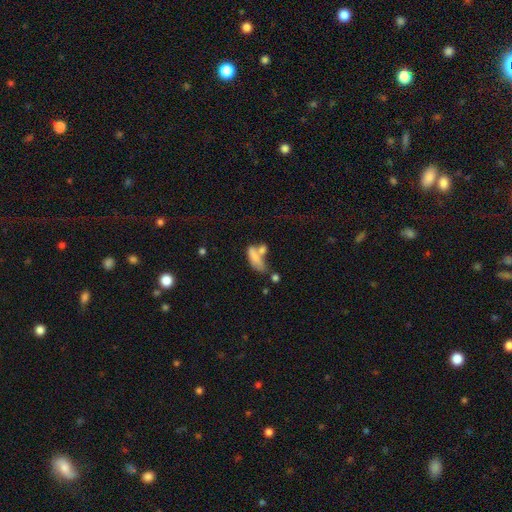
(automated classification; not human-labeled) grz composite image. It shows a smooth galaxy with no disk features (71%) that is in between round and cigar-shaped (58%). Merging: merger (42%).